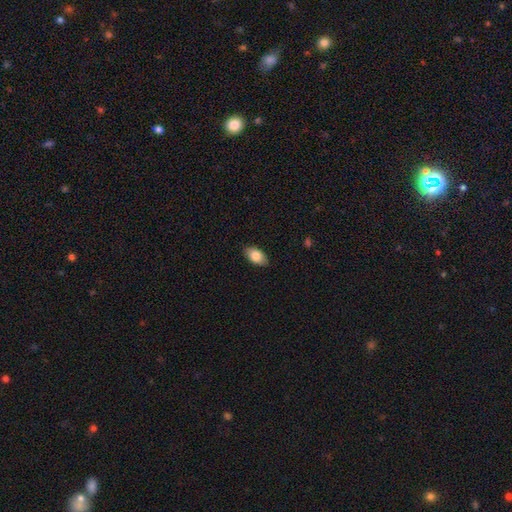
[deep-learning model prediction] Smooth or featured?
  - smooth: 85% *
  - featured or disk: 9%
  - star or artifact: 7%
How rounded?
  - in between: 93% *
  - round: 5%
  - cigar-shaped: 2%
Merging?
  - none: 85% *
  - minor disturbance: 12%
  - major disturbance: 2%
  - merger: 1%